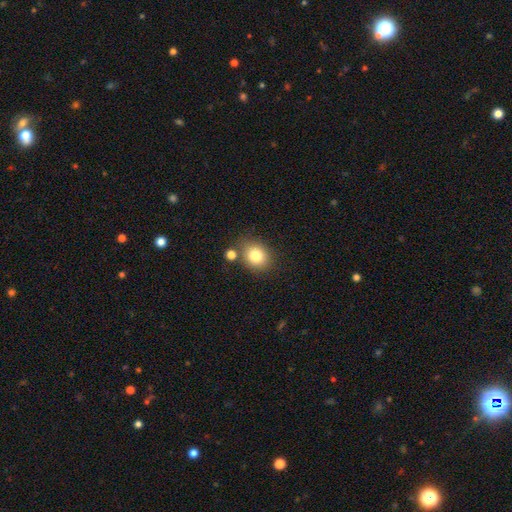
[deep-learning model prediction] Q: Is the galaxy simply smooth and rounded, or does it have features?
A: smooth — 81%.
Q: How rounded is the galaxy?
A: round — 60%.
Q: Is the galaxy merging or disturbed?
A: none — 73%.